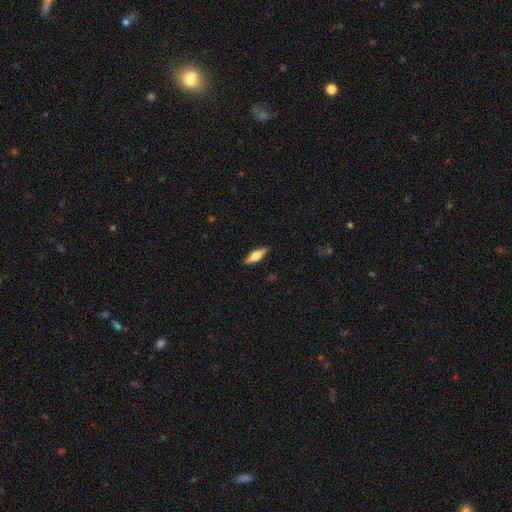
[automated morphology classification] Smooth or featured: smooth — 49% (featured or disk — 45%)
Merging: none — 88% (minor disturbance — 9%)